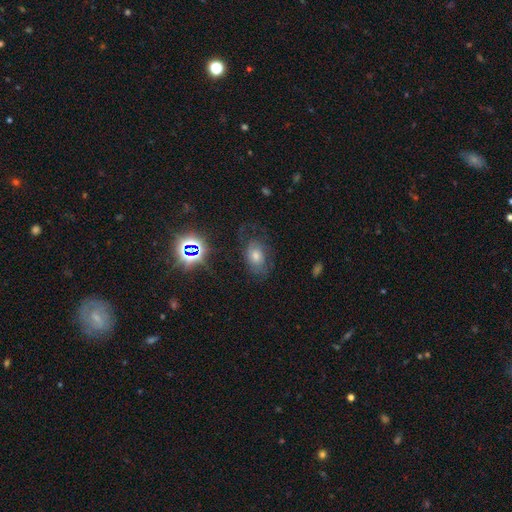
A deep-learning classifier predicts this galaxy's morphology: A smooth galaxy with no disk features (38%).

Vote fractions:
- Smooth or featured? smooth: 38% / featured or disk: 36% / star or artifact: 26%
- Merging? none: 61% / minor disturbance: 21% / major disturbance: 16% / merger: 2%